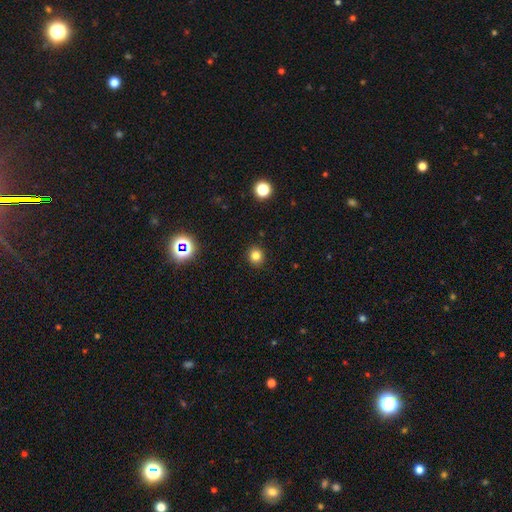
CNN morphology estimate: smooth_or_featured: smooth (p=0.80) [alt: star or artifact p=0.15]
how_rounded: round (p=0.86) [alt: in between p=0.13]
merging: none (p=0.91) [alt: minor disturbance p=0.06]